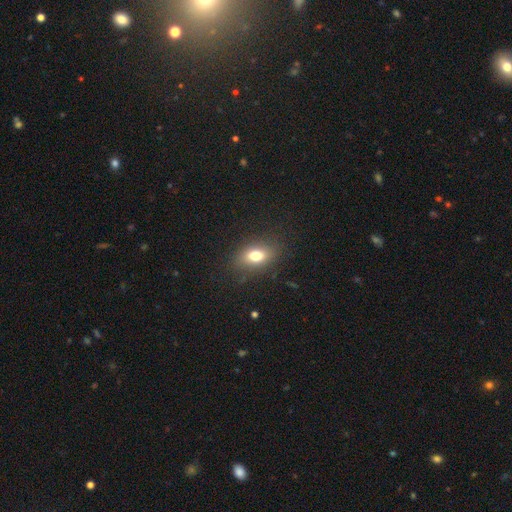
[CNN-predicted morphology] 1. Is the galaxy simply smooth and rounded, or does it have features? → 74% smooth, 15% featured or disk, 11% star or artifact.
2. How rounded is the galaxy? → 80% in between, 16% round, 4% cigar-shaped.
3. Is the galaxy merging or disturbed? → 82% none, 12% minor disturbance, 5% major disturbance, 1% merger.